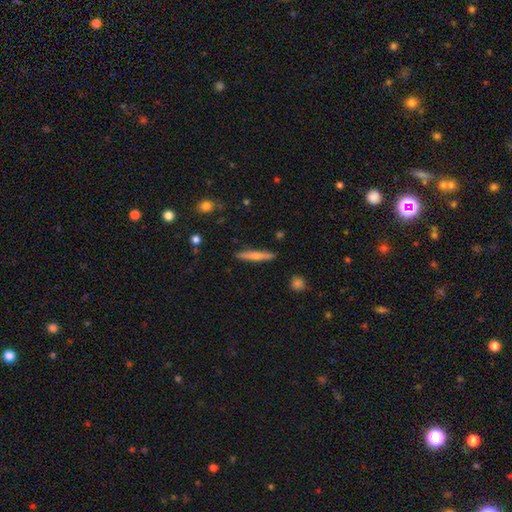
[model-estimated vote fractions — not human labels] Smooth or featured?
  - smooth: 59% *
  - featured or disk: 35%
  - star or artifact: 6%
How rounded?
  - cigar-shaped: 92% *
  - in between: 6%
  - round: 2%
Merging?
  - none: 89% *
  - minor disturbance: 8%
  - major disturbance: 2%
  - merger: 2%